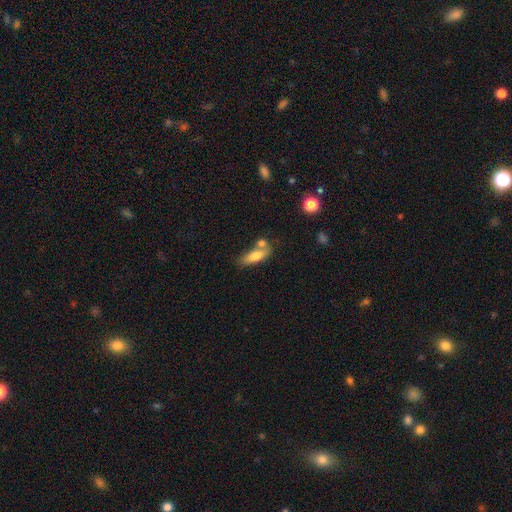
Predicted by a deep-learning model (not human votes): smooth-or-featured: smooth: 73% | featured or disk: 20% | star or artifact: 7%
  how-rounded: in between: 58% | cigar-shaped: 39% | round: 3%
  merging: none: 47% | merger: 30% | minor disturbance: 17% | major disturbance: 7%